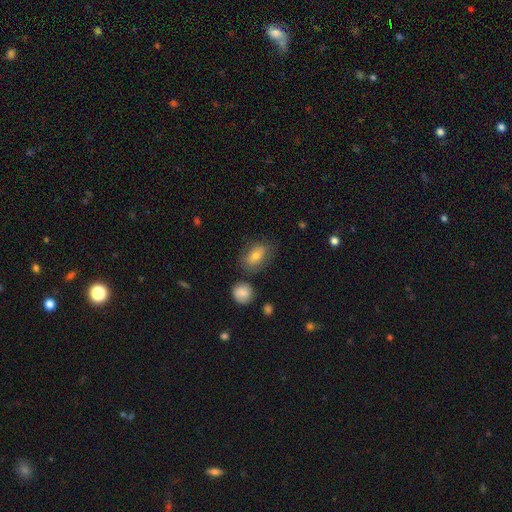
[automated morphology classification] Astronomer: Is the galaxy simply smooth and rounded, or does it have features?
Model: smooth — 70%.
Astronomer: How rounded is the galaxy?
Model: in between — 81%.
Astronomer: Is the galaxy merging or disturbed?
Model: none — 71%.